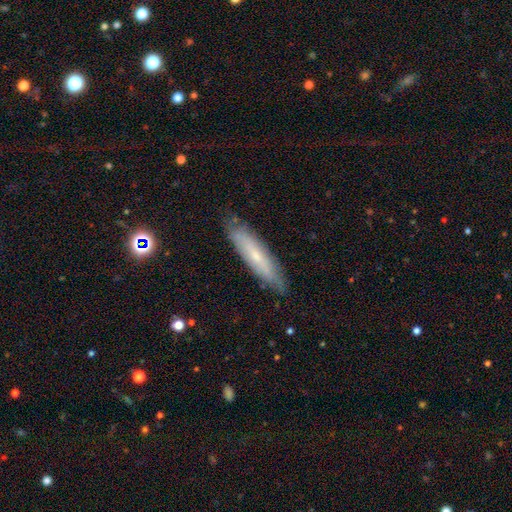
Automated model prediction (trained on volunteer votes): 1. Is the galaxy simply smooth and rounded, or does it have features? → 47% smooth, 45% featured or disk, 8% star or artifact.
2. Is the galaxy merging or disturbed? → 82% none, 14% minor disturbance, 3% major disturbance, 1% merger.